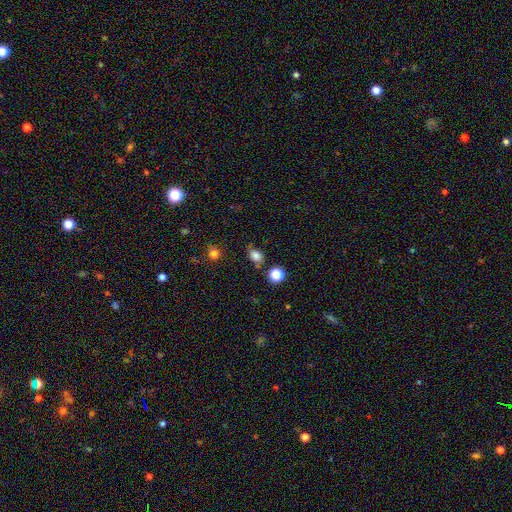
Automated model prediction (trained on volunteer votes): This appears to be a smooth galaxy with no disk features (79%) that is in between round and cigar-shaped (58%). Merging: none (65%).